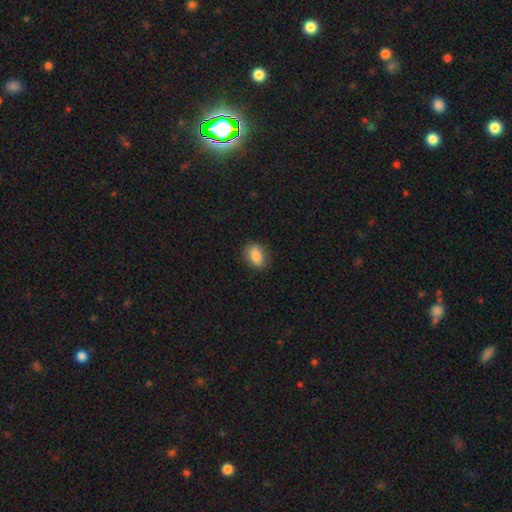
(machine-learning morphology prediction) Smooth or featured? Predicted: smooth (p=0.86). How rounded? Predicted: in between (p=0.75). Merging? Predicted: none (p=0.86).